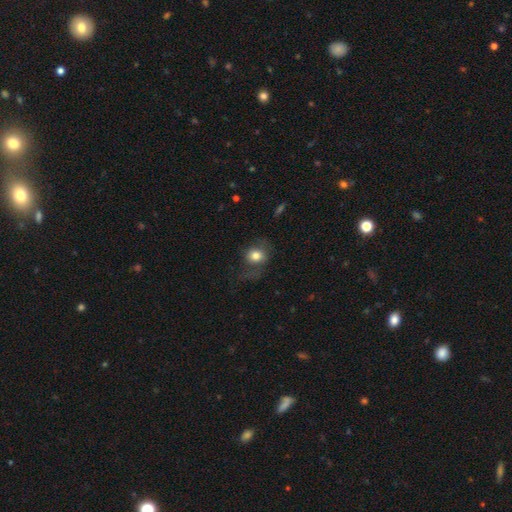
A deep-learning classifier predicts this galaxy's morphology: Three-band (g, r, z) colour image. It shows a smooth galaxy with no disk features (75%) that is round (65%). Merging: none (45%).